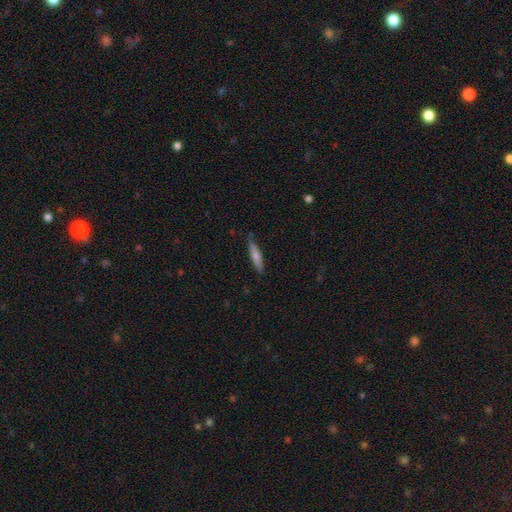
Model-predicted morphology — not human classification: smooth-or-featured: smooth: 59% | featured or disk: 35% | star or artifact: 6%
  how-rounded: cigar-shaped: 81% | in between: 17% | round: 2%
  merging: none: 86% | minor disturbance: 11% | major disturbance: 2% | merger: 2%